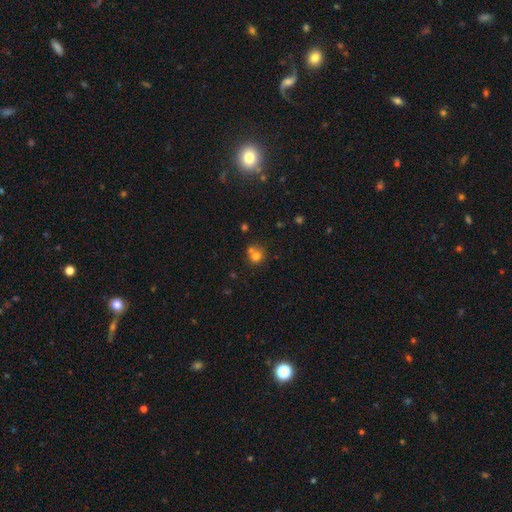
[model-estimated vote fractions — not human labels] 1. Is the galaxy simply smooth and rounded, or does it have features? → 72% smooth, 16% star or artifact, 13% featured or disk.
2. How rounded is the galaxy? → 86% round, 13% in between, 1% cigar-shaped.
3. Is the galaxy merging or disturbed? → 50% none, 38% merger, 8% minor disturbance, 3% major disturbance.